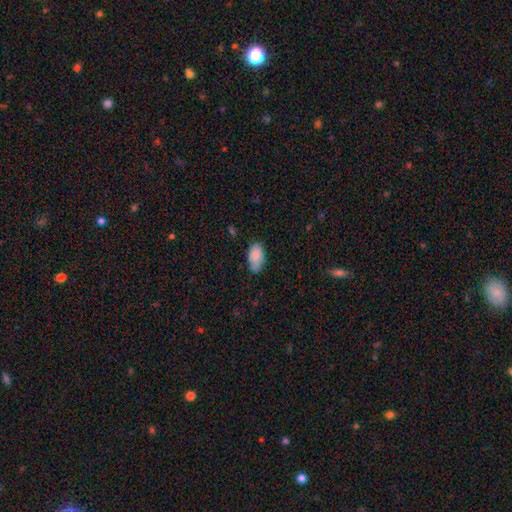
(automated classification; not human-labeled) This appears to be a smooth galaxy with no disk features (85%) that is in between round and cigar-shaped (93%). Merging: none (65%).